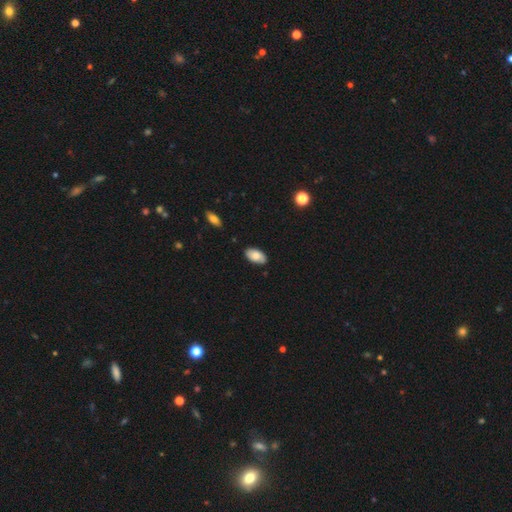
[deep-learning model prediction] A smooth galaxy with no disk features (78%) that is in between round and cigar-shaped (95%).

Vote fractions:
- Smooth or featured? smooth: 78% / featured or disk: 15% / star or artifact: 7%
- How rounded? in between: 95% / round: 3% / cigar-shaped: 2%
- Merging? none: 84% / minor disturbance: 13% / major disturbance: 2% / merger: 1%